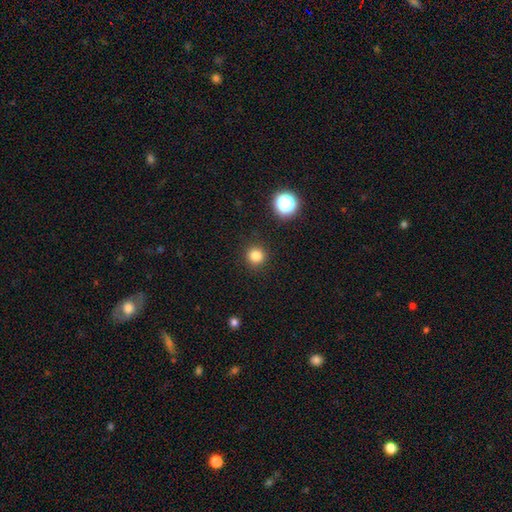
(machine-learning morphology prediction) type=smooth (81%); roundness=round (94%); merging=none (91%).